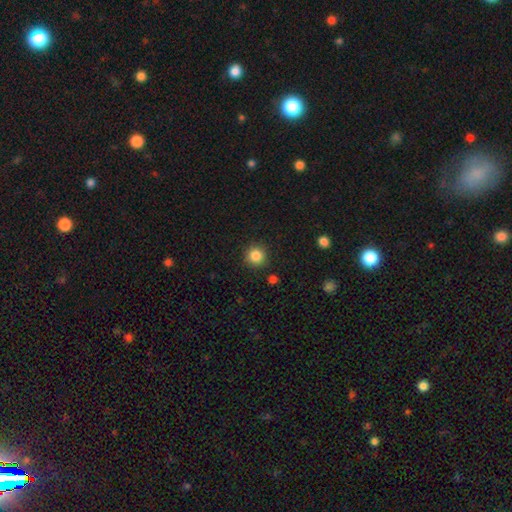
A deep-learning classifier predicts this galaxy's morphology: This appears to be a smooth galaxy with no disk features (85%) that is round (94%). Merging: none (90%).